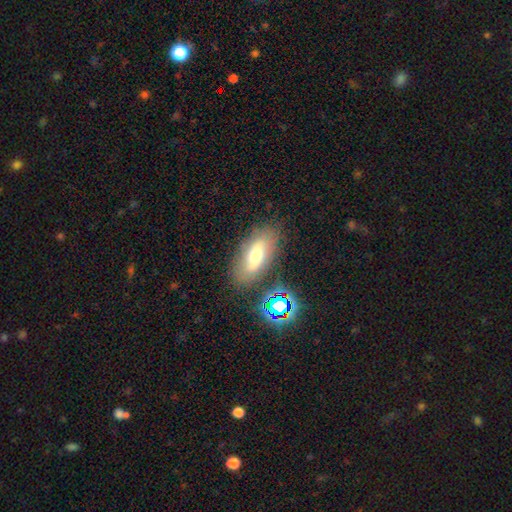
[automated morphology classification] smooth-or-featured: smooth: 57% | featured or disk: 29% | star or artifact: 14%
  how-rounded: in between: 82% | cigar-shaped: 13% | round: 5%
  merging: none: 78% | minor disturbance: 13% | merger: 4% | major disturbance: 4%